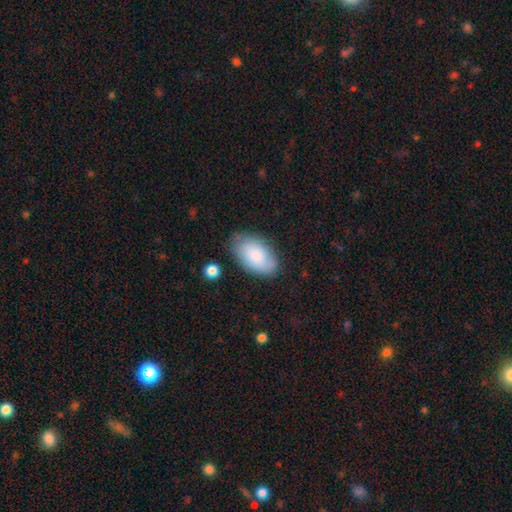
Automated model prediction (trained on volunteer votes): Overall: smooth (83%). How rounded: in between (95%). Merging: none (77%).